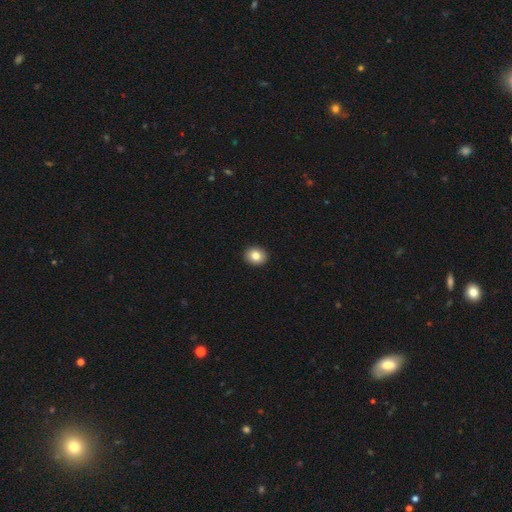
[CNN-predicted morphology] Smooth or featured? Predicted: smooth (p=0.83). How rounded? Predicted: round (p=0.66). Merging? Predicted: none (p=0.93).